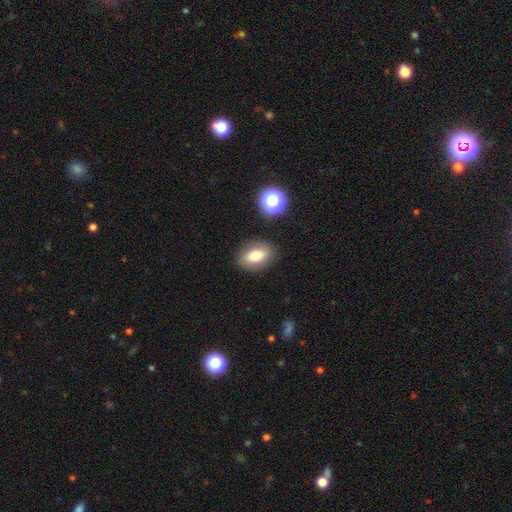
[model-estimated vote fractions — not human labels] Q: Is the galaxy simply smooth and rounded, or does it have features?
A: smooth — 72%.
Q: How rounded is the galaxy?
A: in between — 84%.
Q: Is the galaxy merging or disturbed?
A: none — 83%.